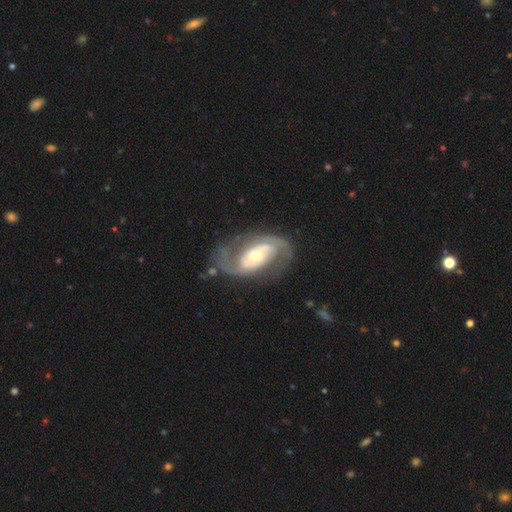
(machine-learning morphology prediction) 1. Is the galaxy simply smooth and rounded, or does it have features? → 89% featured or disk, 7% smooth, 4% star or artifact.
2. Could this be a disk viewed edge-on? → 97% no, 3% yes.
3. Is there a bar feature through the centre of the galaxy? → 46% no, 33% weak, 20% strong.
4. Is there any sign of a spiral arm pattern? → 95% yes, 5% no.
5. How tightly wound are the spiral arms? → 51% medium, 28% loose, 21% tight.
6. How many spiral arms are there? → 91% 2, 3% can't tell, 2% 1, 1% 3, 1% 4, 1% more than 4.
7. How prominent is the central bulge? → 67% moderate, 22% small, 9% large, 1% dominant, 1% none.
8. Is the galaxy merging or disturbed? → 71% none, 15% minor disturbance, 11% major disturbance, 2% merger.